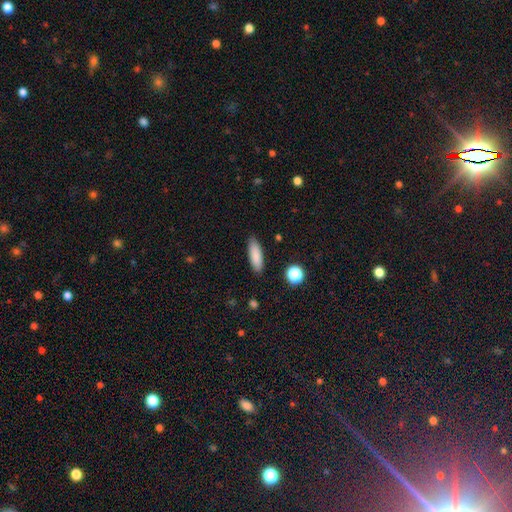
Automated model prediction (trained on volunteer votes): The model was most divided on "how rounded": in between: 51%, cigar-shaped: 47%, round: 2%. More confident: merging — none (88%); smooth or featured — smooth (86%).